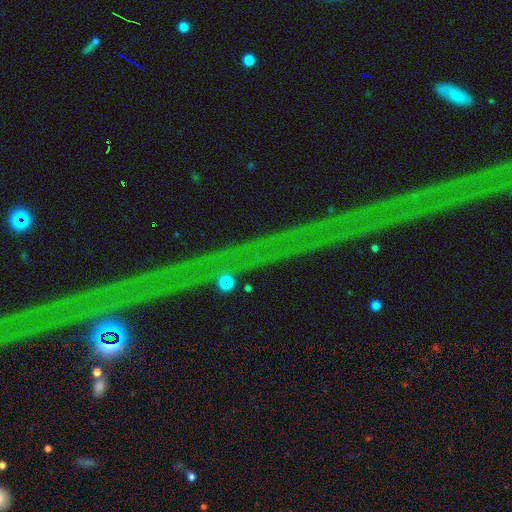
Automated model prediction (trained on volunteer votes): Smooth or featured: star or artifact — 82% (featured or disk — 11%)